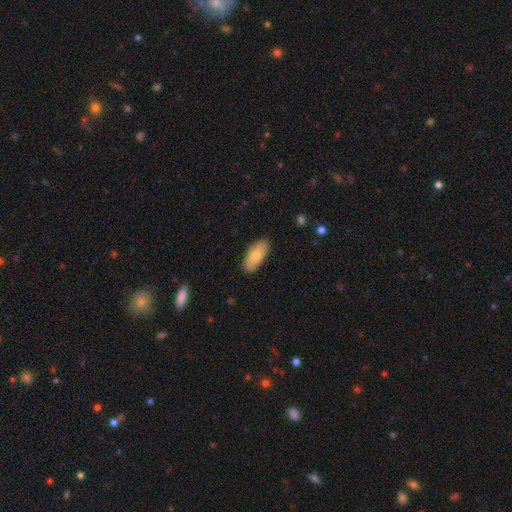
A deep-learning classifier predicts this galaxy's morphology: smooth-or-featured: smooth: 77% | featured or disk: 17% | star or artifact: 6%
  how-rounded: in between: 88% | cigar-shaped: 9% | round: 2%
  merging: none: 87% | minor disturbance: 10% | major disturbance: 2% | merger: 1%